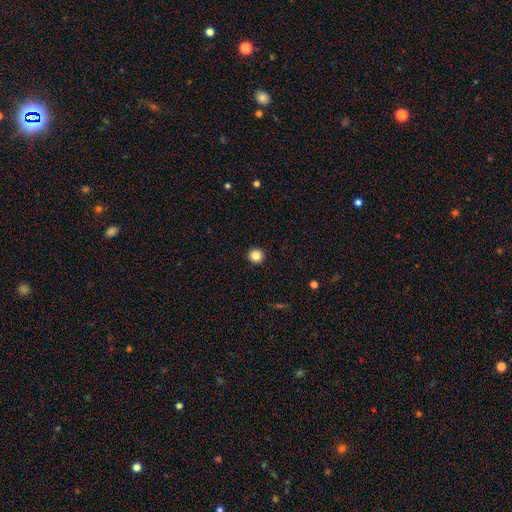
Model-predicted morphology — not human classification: type=smooth (84%); roundness=round (95%); merging=none (94%).